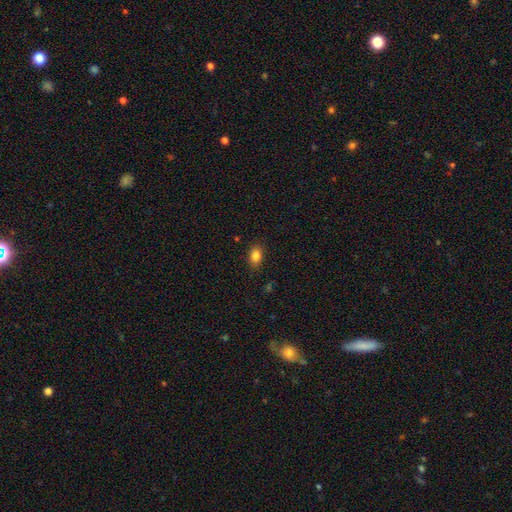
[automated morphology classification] Smooth or featured? Predicted: smooth (p=0.85). How rounded? Predicted: in between (p=0.78). Merging? Predicted: none (p=0.86).